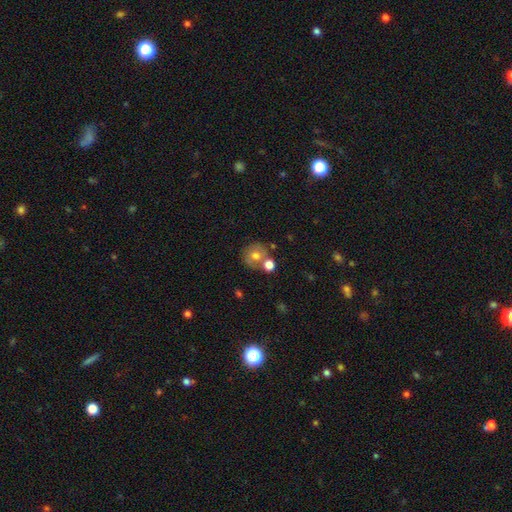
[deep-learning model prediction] Morphology: type=smooth (59%); roundness=round (82%); merging=none (53%).